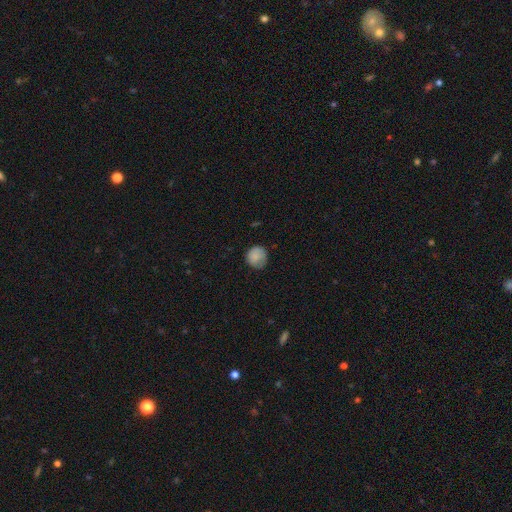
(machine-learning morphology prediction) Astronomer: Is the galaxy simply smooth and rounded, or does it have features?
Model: smooth — 84%.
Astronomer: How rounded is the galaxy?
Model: round — 89%.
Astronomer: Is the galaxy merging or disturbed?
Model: none — 74%.